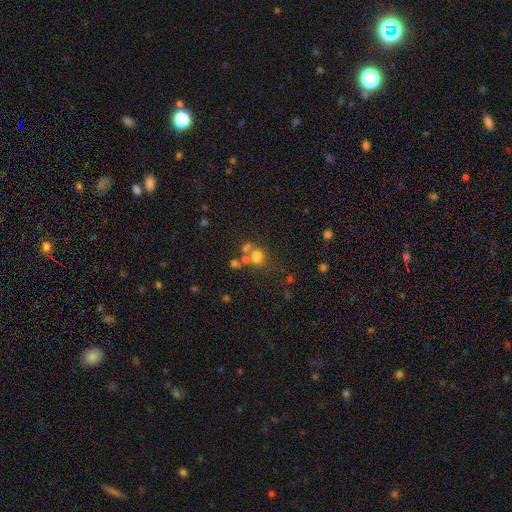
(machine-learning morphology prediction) This appears to be a smooth galaxy with no disk features (65%) that is round (64%). Merging: none (43%).